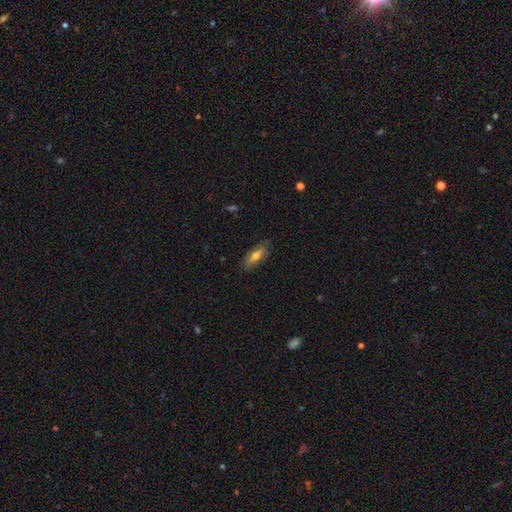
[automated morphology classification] Smooth or featured? Predicted: smooth (p=0.61). How rounded? Predicted: in between (p=0.61). Merging? Predicted: none (p=0.82).